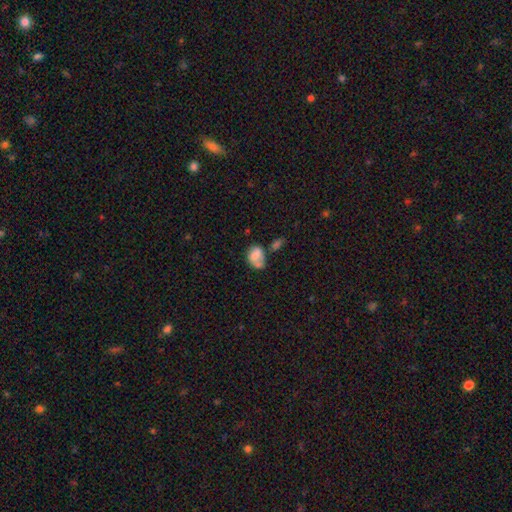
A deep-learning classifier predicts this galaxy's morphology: smooth_or_featured: smooth (p=0.67) [alt: featured or disk p=0.23]
how_rounded: in between (p=0.71) [alt: round p=0.28]
merging: merger (p=0.34) [alt: none p=0.28]